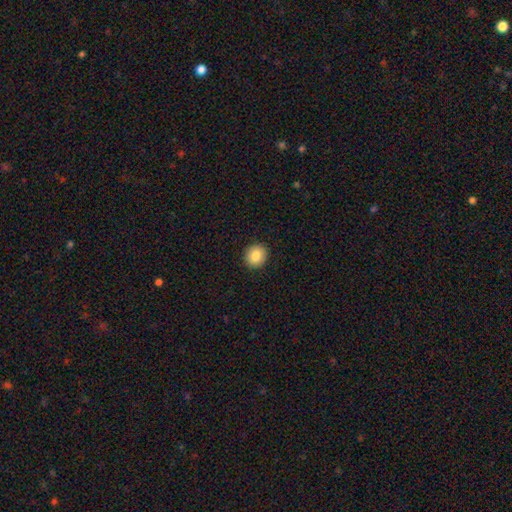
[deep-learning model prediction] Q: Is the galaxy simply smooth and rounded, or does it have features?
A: smooth — 84%.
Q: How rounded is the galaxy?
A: round — 80%.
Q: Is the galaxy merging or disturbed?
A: none — 92%.